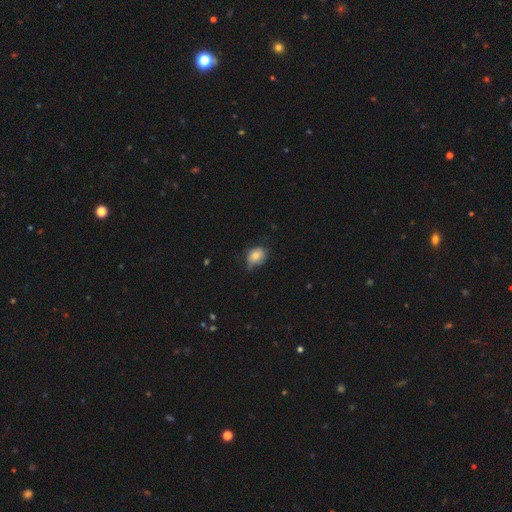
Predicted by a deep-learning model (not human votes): Smooth or featured?
  - smooth: 75% *
  - featured or disk: 16%
  - star or artifact: 9%
How rounded?
  - in between: 54% *
  - round: 45%
  - cigar-shaped: 1%
Merging?
  - none: 44% *
  - minor disturbance: 40%
  - major disturbance: 14%
  - merger: 2%